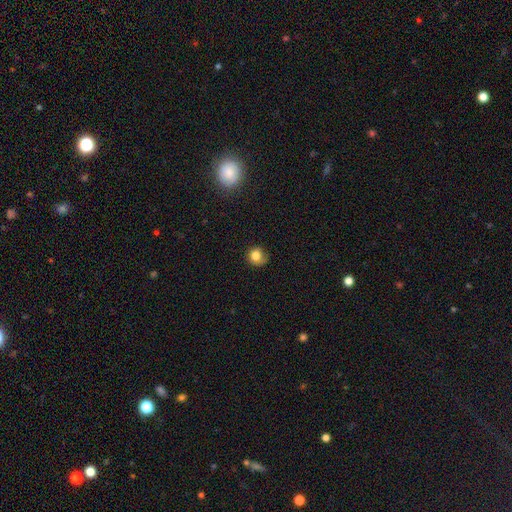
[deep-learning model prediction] Smooth or featured: smooth — 80% (star or artifact — 11%)
How rounded: round — 84% (in between — 15%)
Merging: none — 65% (minor disturbance — 26%)